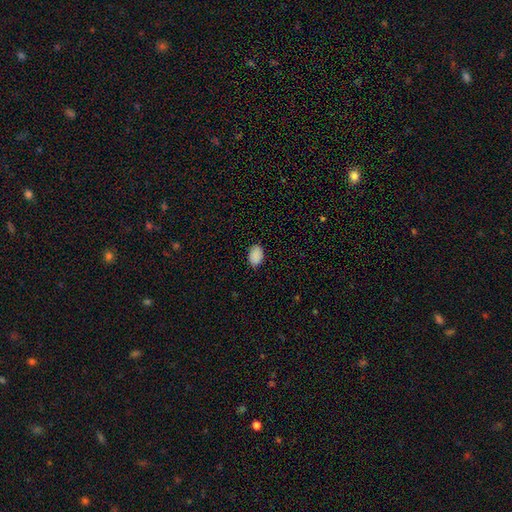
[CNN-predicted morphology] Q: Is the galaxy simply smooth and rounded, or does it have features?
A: smooth — 90%.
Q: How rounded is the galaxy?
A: in between — 84%.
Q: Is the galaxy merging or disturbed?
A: none — 85%.